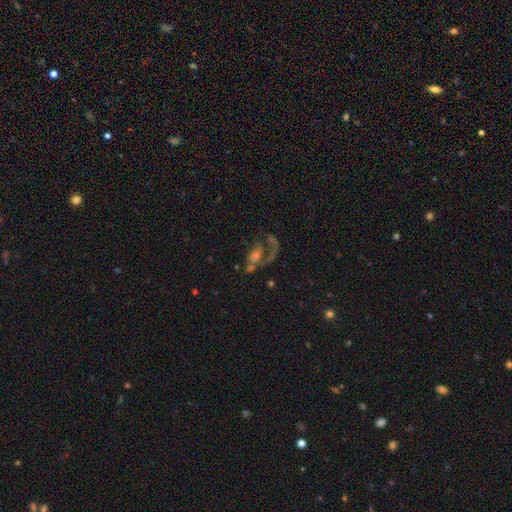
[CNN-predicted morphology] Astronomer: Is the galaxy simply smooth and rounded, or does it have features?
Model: featured or disk — 67%.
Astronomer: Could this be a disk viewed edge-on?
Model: no — 96%.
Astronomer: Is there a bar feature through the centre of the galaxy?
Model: no — 71%.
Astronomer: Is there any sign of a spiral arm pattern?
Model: yes — 68%.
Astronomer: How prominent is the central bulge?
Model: small — 39% (runner-up: moderate, 34%).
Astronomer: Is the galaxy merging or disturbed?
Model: major disturbance — 39% (runner-up: none, 31%).